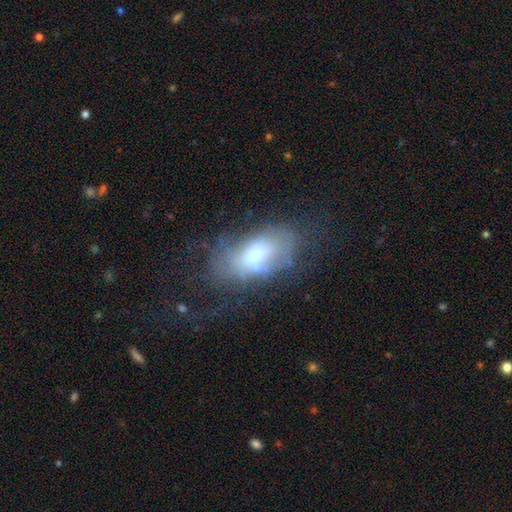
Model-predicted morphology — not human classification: Smooth or featured? smooth (54%)
How rounded? in between (90%)
Merging? none (37%)